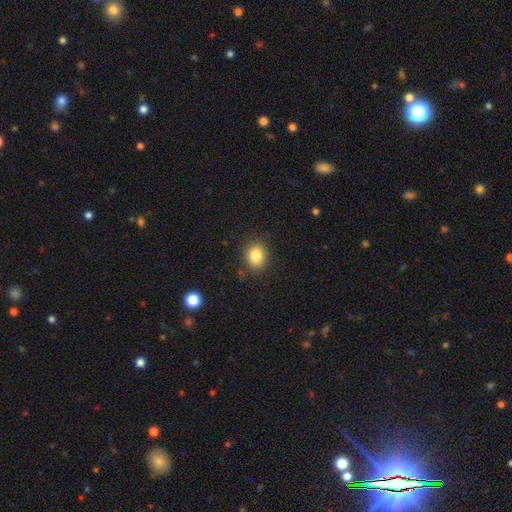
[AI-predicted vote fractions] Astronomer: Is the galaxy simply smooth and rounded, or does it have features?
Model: smooth — 84%.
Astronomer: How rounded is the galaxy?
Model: round — 60% (runner-up: in between, 39%).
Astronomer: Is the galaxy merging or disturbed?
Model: none — 85%.